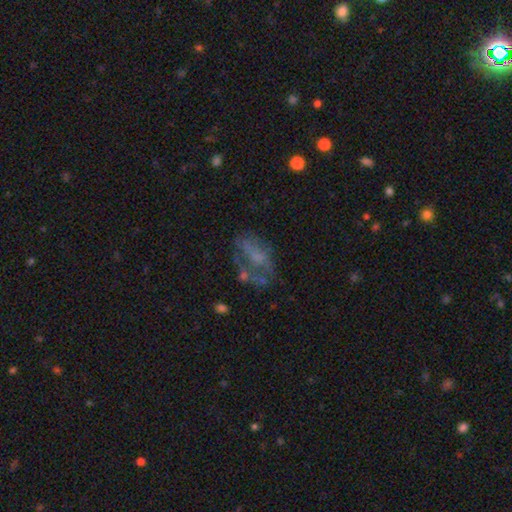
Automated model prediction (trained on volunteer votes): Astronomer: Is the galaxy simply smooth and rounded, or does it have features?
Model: featured or disk — 52% (runner-up: smooth, 34%).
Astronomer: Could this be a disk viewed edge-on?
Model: no — 94%.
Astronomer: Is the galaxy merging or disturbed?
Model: none — 39% (runner-up: major disturbance, 30%).